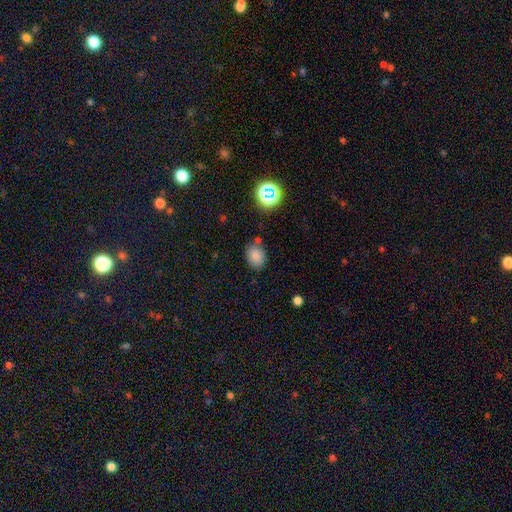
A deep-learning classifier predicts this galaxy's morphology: A smooth galaxy with no disk features (81%) that is in between round and cigar-shaped (66%). Merging: none (71%).